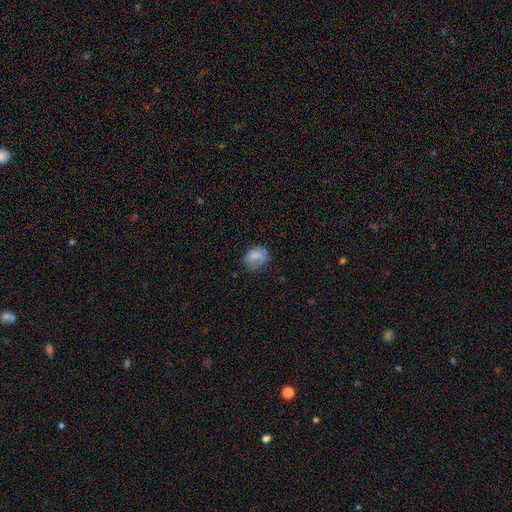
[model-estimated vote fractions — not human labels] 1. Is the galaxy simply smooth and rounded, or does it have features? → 75% smooth, 16% featured or disk, 9% star or artifact.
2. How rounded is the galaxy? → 50% in between, 49% round, 1% cigar-shaped.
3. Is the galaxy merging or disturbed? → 58% none, 28% minor disturbance, 13% major disturbance, 2% merger.